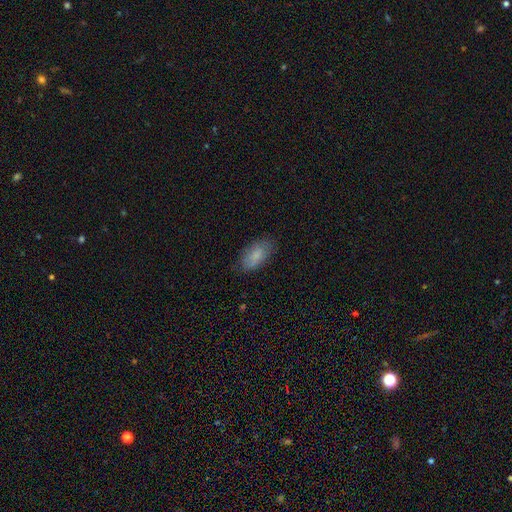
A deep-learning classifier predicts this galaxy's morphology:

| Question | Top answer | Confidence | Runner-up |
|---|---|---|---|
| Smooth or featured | smooth | 82% | featured or disk (11%) |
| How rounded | in between | 92% | cigar-shaped (5%) |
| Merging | none | 76% | minor disturbance (18%) |